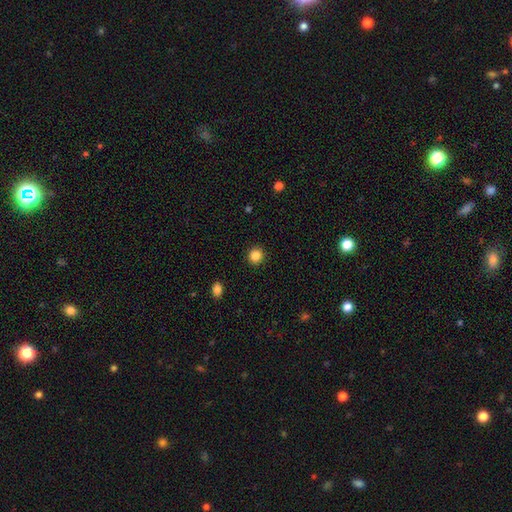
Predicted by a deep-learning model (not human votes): This is clearly a smooth galaxy (86%). How rounded: clearly round (91%). Merging: clearly none (92%).